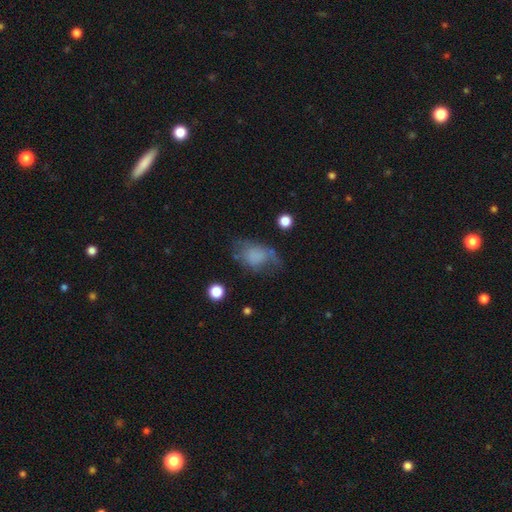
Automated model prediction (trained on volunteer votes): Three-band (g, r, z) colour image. It shows a smooth galaxy with no disk features (62%) that is in between round and cigar-shaped (80%). Merging: none (40%).